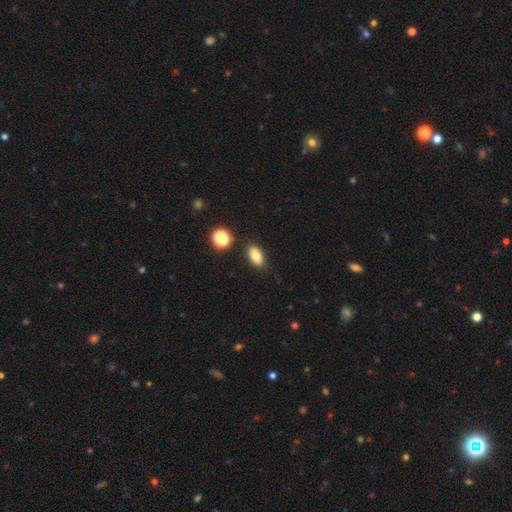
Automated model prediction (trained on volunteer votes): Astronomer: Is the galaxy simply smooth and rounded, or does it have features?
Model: smooth — 79%.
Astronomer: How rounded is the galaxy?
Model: in between — 88%.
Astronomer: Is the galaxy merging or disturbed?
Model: none — 84%.